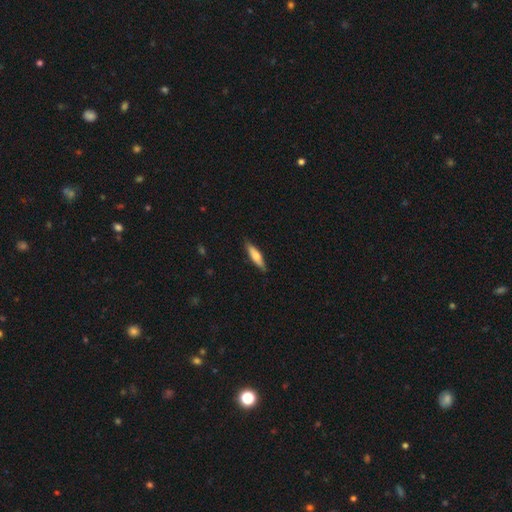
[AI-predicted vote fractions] This appears to be a smooth galaxy with no disk features (64%) that is cigar-shaped (73%). Merging: none (84%).